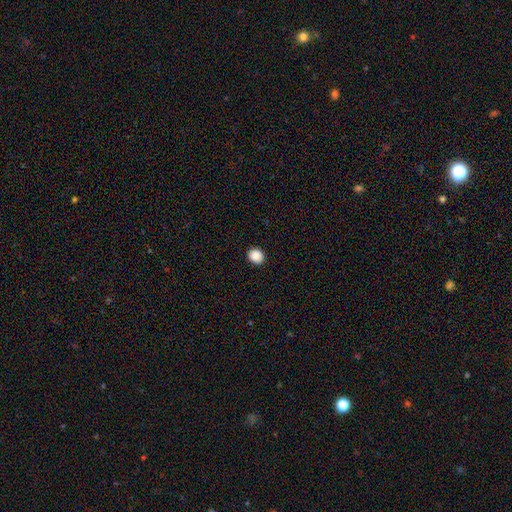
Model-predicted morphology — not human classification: This appears to be a smooth galaxy with no disk features (89%) that is round (76%). Merging: none (92%).